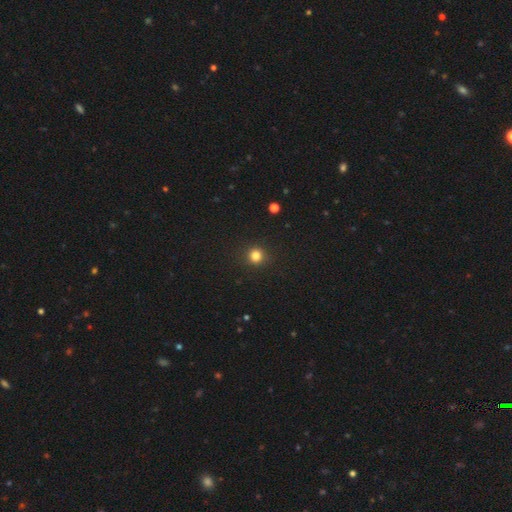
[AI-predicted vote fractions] Overall: smooth (82%). How rounded: round (92%). Merging: none (91%).